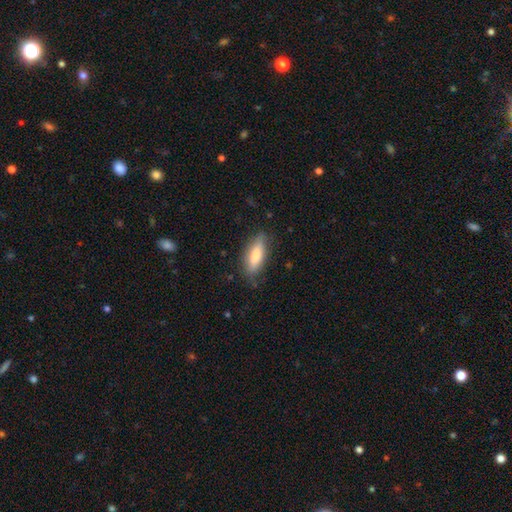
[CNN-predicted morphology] smooth-or-featured: smooth: 76% | featured or disk: 18% | star or artifact: 6%
  how-rounded: in between: 58% | cigar-shaped: 40% | round: 2%
  merging: none: 78% | minor disturbance: 17% | major disturbance: 4% | merger: 1%